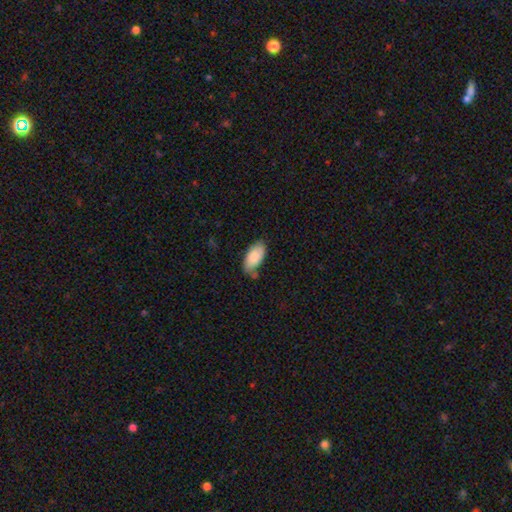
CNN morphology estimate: Smooth or featured?
  - smooth: 85% *
  - featured or disk: 9%
  - star or artifact: 6%
How rounded?
  - in between: 94% *
  - cigar-shaped: 4%
  - round: 2%
Merging?
  - none: 63% *
  - minor disturbance: 26%
  - merger: 6%
  - major disturbance: 5%